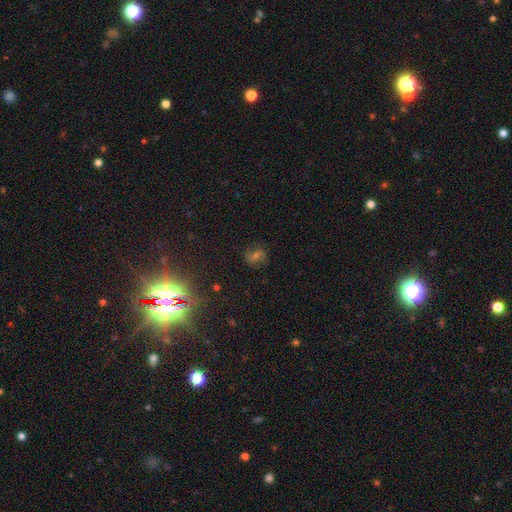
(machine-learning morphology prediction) Overall: star or artifact (38%; featured or disk 33%).